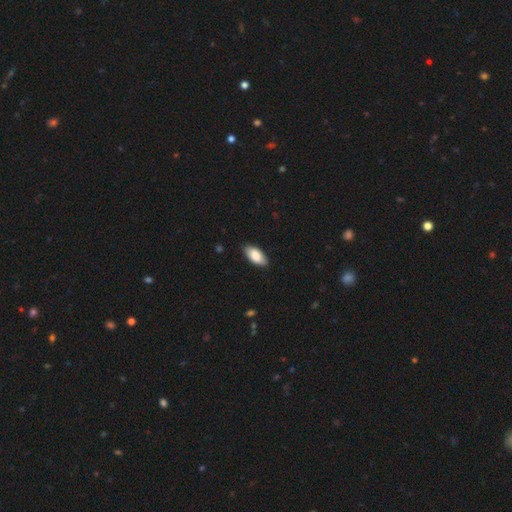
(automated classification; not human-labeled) This is clearly a smooth galaxy (85%). How rounded: clearly in between (92%). Merging: clearly none (85%).